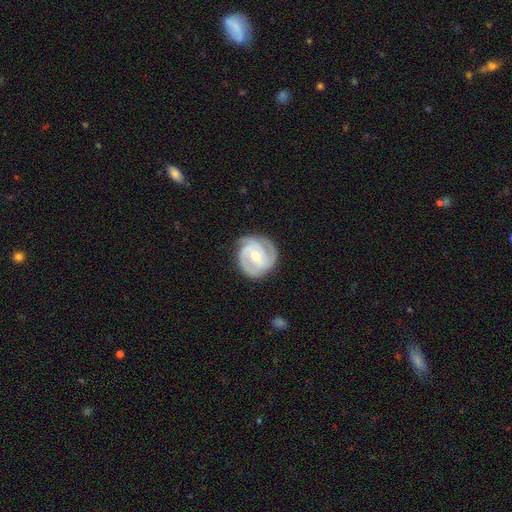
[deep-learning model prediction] Smooth or featured?
  - featured or disk: 88% *
  - smooth: 8%
  - star or artifact: 4%
Edge-on disk?
  - no: 98% *
  - yes: 2%
Bar?
  - weak: 46% *
  - no: 35%
  - strong: 19%
Spiral arms?
  - yes: 97% *
  - no: 3%
Spiral winding?
  - tight: 63% *
  - medium: 32%
  - loose: 5%
Spiral arm count?
  - 3: 56% *
  - 2: 21%
  - can't tell: 9%
  - 4: 7%
  - 1: 4%
  - more than 4: 3%
Bulge size?
  - moderate: 58% *
  - small: 39%
  - large: 2%
  - none: 1%
  - dominant: 1%
Merging?
  - none: 78% *
  - minor disturbance: 16%
  - major disturbance: 5%
  - merger: 1%